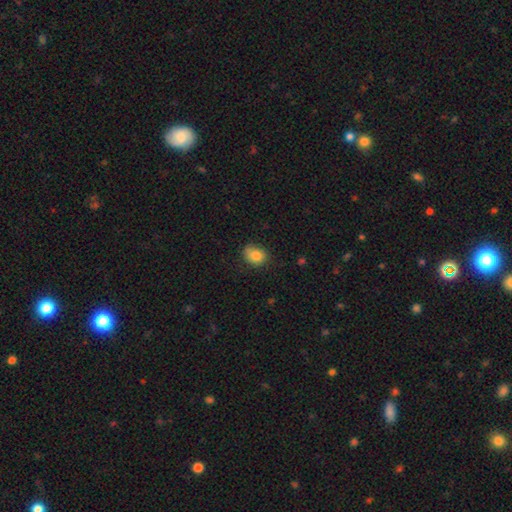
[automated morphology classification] Smooth or featured? Predicted: smooth (p=0.84). How rounded? Predicted: in between (p=0.50). Merging? Predicted: none (p=0.66).